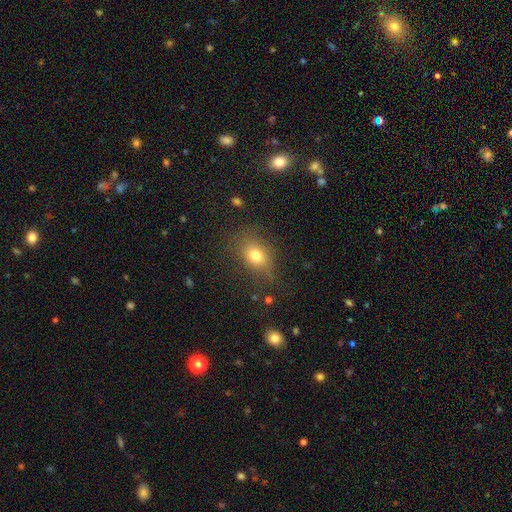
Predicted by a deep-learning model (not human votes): Morphology: type=smooth (74%); roundness=in between (55%); merging=none (65%).